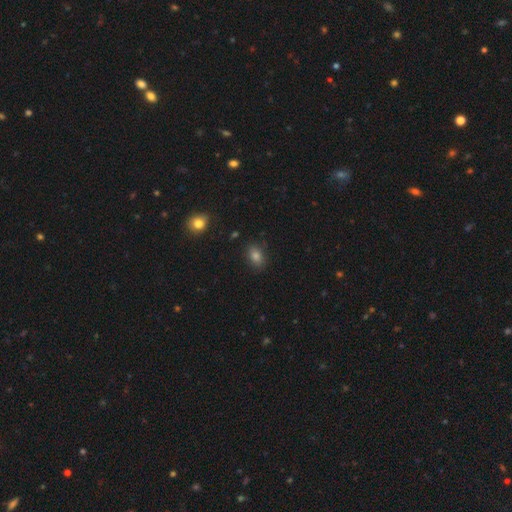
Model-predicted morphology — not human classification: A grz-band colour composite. It shows a smooth galaxy with no disk features (81%) that is in between round and cigar-shaped (81%). Merging: none (84%).